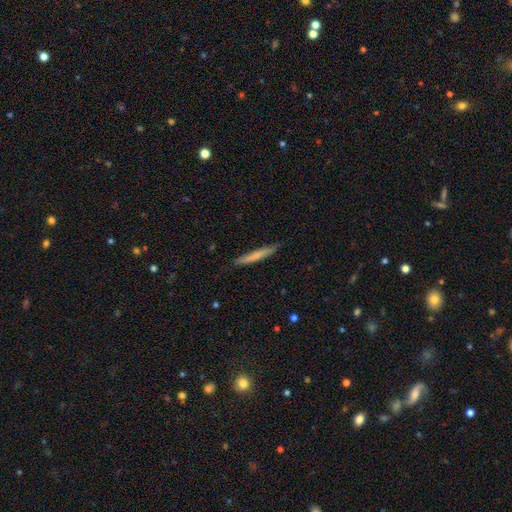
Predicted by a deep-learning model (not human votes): A smooth galaxy with no disk features (66%) that is cigar-shaped (95%). Merging: none (84%).